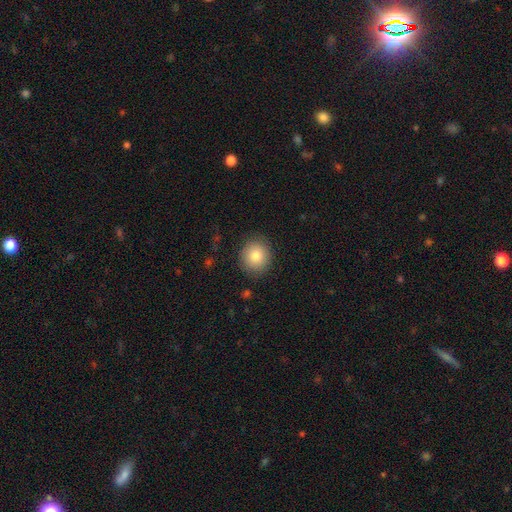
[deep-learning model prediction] This appears to be a smooth galaxy with no disk features (82%) that is round (87%). Merging: none (87%).